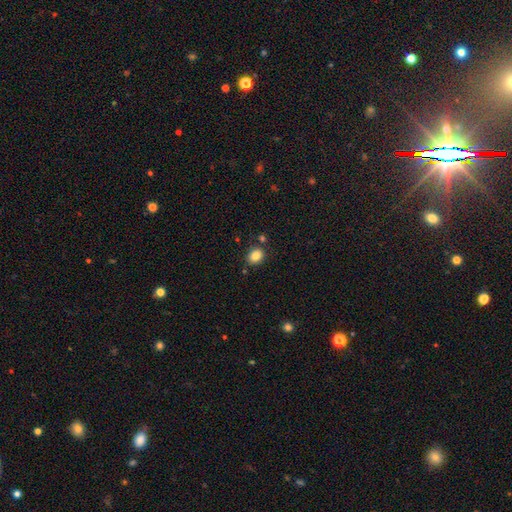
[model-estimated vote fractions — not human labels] smooth 84%, star or artifact 10%, featured or disk 6%. Down the decision tree: how rounded — in between (50%); merging — none (81%).